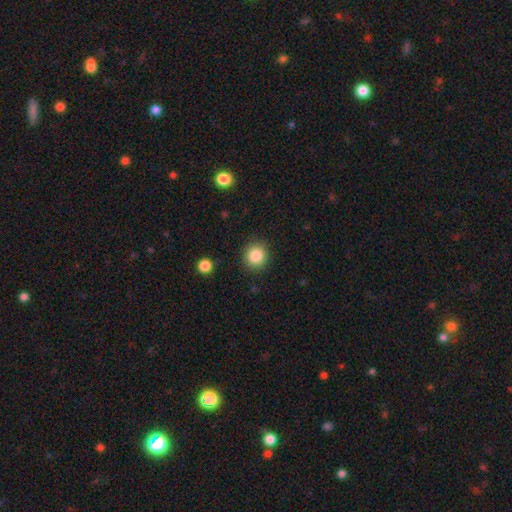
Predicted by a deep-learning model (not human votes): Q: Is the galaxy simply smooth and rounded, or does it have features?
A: smooth — 85%.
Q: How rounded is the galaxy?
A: round — 89%.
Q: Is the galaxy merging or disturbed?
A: none — 89%.